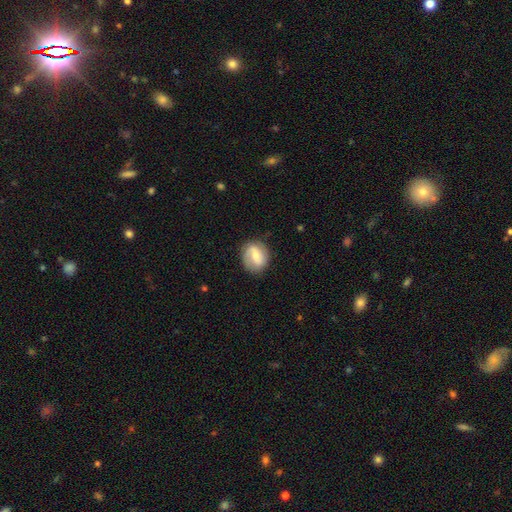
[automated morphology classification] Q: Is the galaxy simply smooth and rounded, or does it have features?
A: featured or disk — 51%.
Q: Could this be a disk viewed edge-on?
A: no — 96%.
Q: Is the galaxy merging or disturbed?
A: none — 80%.